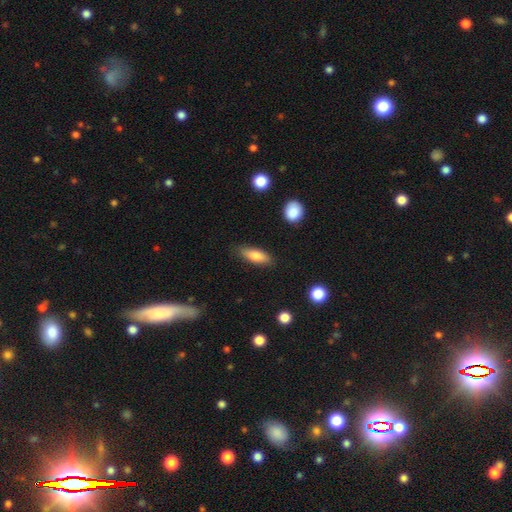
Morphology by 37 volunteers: Volunteers were most divided on "how rounded": in between: 58%, cigar-shaped: 35%, round: 6%. More confident: smooth or featured — smooth (84%); merging — none (84%).